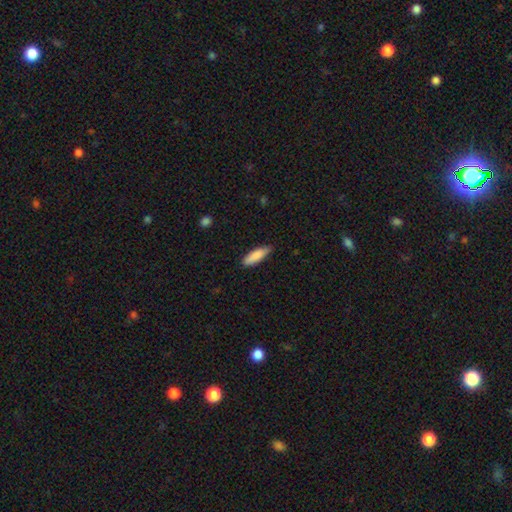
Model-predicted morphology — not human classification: This is clearly a smooth galaxy (85%). How rounded: possibly cigar-shaped (57%). Merging: likely none (79%).